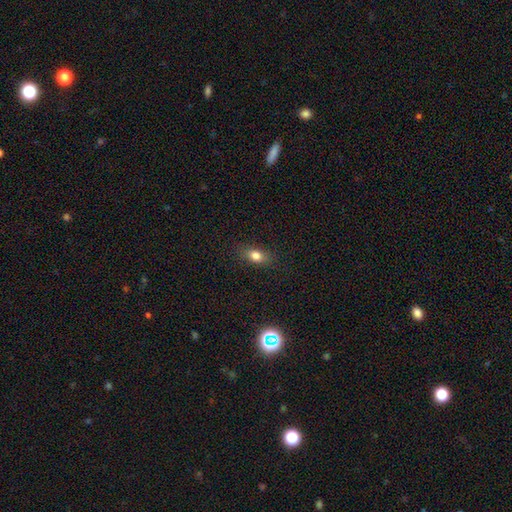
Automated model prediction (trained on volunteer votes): Morphology: type=smooth (79%); roundness=in between (74%); merging=none (83%).